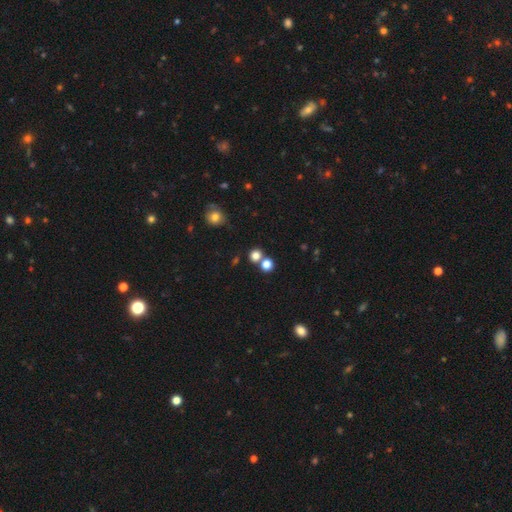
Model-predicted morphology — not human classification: Smooth or featured? smooth (79%)
How rounded? round (82%)
Merging? none (59%)